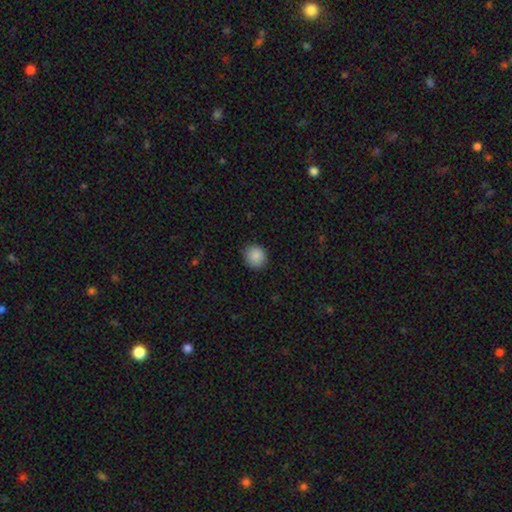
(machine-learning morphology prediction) Smooth or featured? smooth (88%)
How rounded? round (90%)
Merging? none (89%)